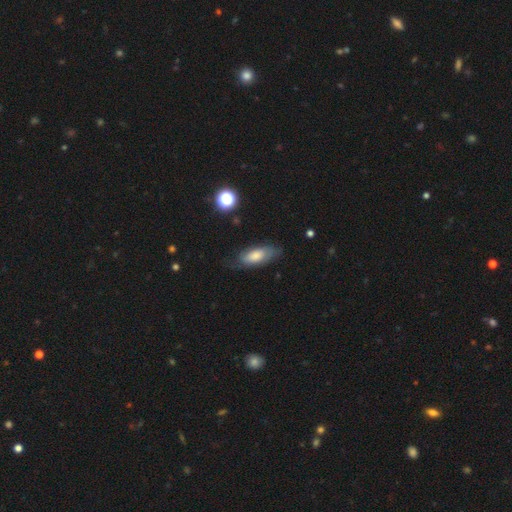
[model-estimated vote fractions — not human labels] smooth-or-featured: smooth: 67% | featured or disk: 26% | star or artifact: 8%
  how-rounded: in between: 80% | cigar-shaped: 18% | round: 3%
  merging: none: 66% | minor disturbance: 24% | major disturbance: 9% | merger: 2%